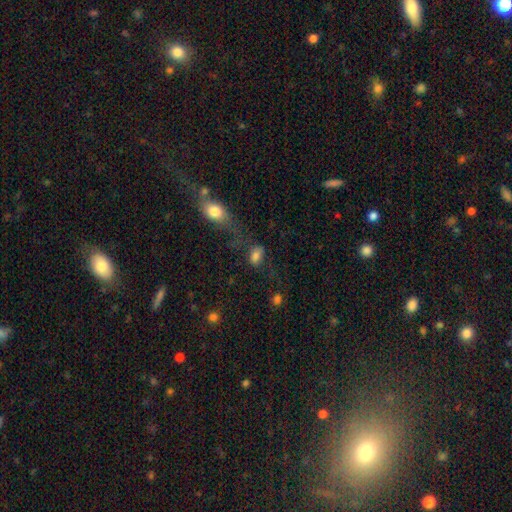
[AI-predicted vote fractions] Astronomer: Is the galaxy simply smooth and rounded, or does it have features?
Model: smooth — 74%.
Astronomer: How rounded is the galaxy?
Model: in between — 84%.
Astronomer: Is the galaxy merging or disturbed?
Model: none — 46%.